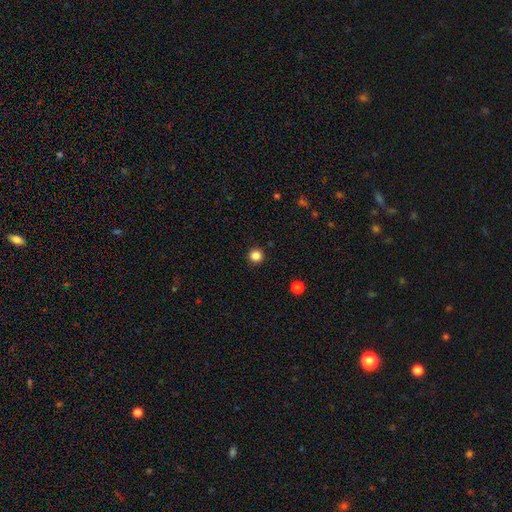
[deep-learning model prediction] A smooth galaxy with no disk features (84%) that is round (96%).

Vote fractions:
- Smooth or featured? smooth: 84% / star or artifact: 12% / featured or disk: 3%
- How rounded? round: 96% / in between: 3% / cigar-shaped: 1%
- Merging? none: 93% / minor disturbance: 4% / major disturbance: 2% / merger: 1%